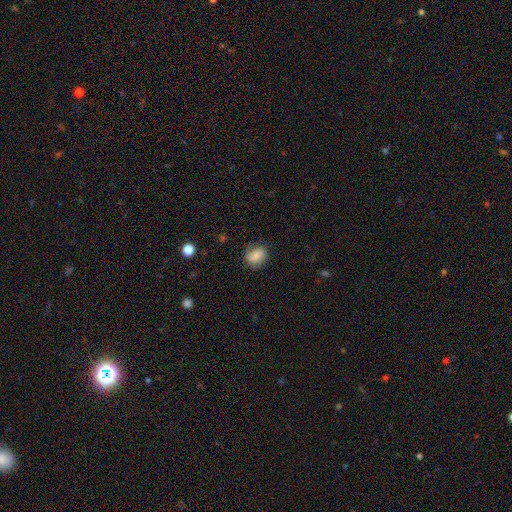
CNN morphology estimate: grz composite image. It shows a smooth galaxy with no disk features (64%) that is round (59%). Merging: none (70%).